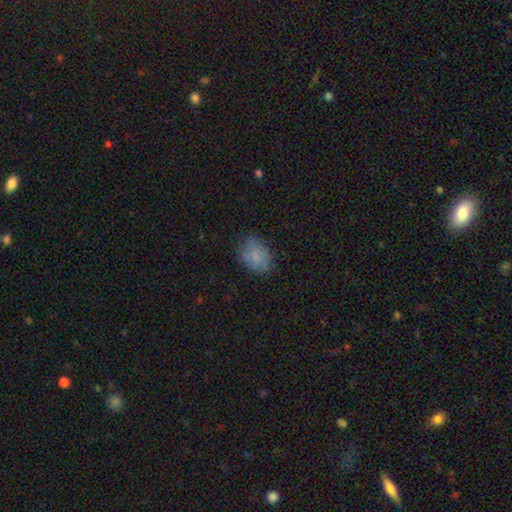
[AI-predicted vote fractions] A smooth galaxy with no disk features (80%) that is in between round and cigar-shaped (71%). Merging: none (77%).